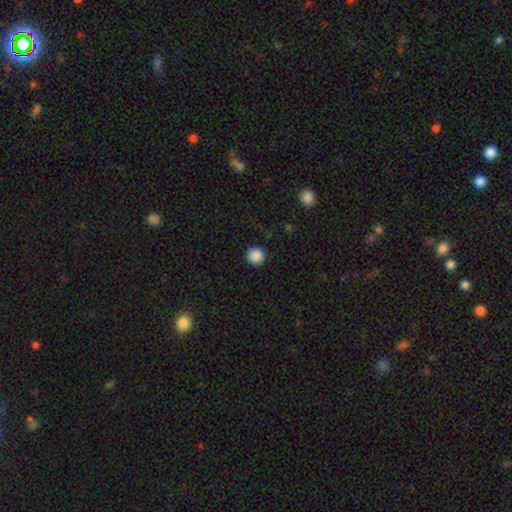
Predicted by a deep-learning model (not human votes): This is clearly a smooth galaxy (88%). How rounded: clearly round (95%). Merging: clearly none (92%).